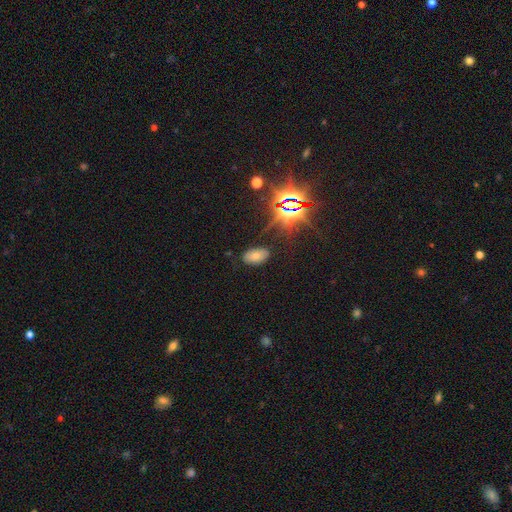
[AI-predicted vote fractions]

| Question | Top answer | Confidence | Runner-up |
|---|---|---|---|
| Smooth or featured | smooth | 62% | star or artifact (26%) |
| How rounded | in between | 94% | round (4%) |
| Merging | none | 81% | minor disturbance (13%) |